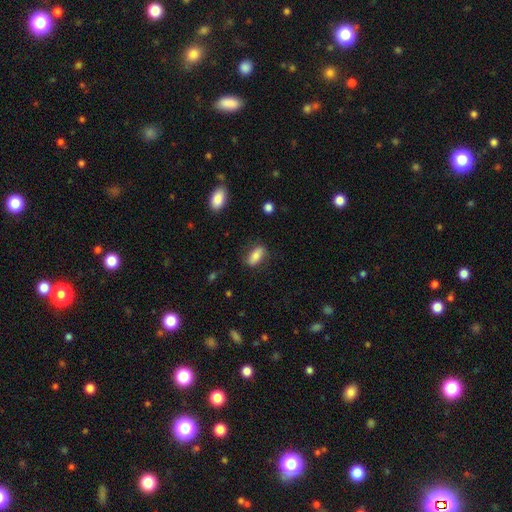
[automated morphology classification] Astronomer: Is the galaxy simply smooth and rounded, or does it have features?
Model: smooth — 76%.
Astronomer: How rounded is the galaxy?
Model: in between — 82%.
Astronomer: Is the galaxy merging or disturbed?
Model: none — 75%.